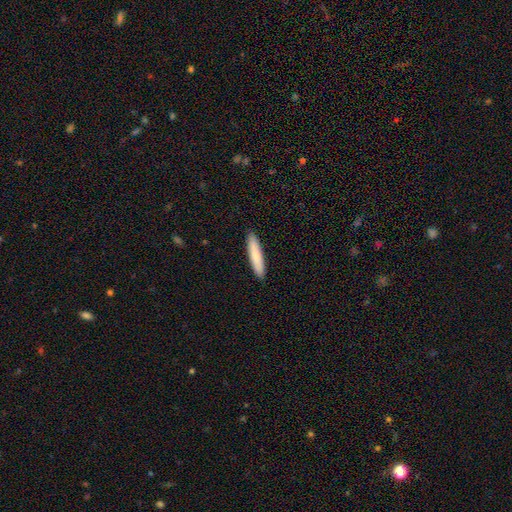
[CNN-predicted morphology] smooth 80%, featured or disk 15%, star or artifact 5%. Down the decision tree: how rounded — cigar-shaped (88%); merging — none (92%).